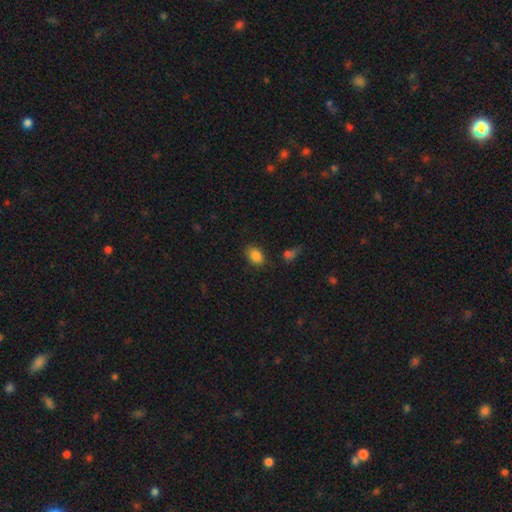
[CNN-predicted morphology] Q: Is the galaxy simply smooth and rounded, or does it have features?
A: smooth — 85%.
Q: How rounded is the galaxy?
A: in between — 79%.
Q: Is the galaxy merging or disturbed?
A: none — 78%.